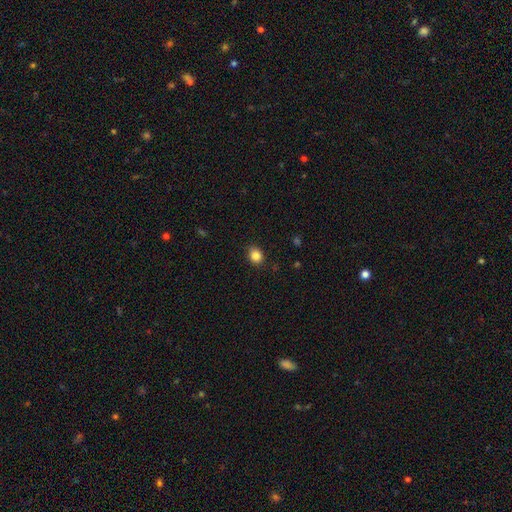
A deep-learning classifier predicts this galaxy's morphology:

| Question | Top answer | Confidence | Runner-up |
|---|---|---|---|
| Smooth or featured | smooth | 85% | star or artifact (10%) |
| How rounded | round | 54% | in between (45%) |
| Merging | none | 86% | minor disturbance (11%) |